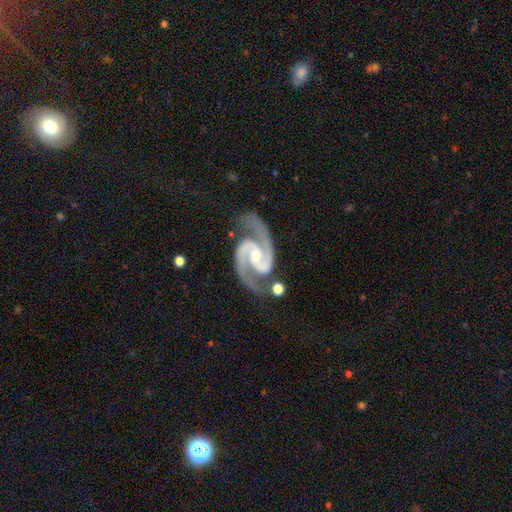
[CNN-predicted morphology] This is clearly a featured or disk galaxy (94%). It is clearly not viewed edge-on (98%). Bar: marginally weak (43%). Spiral arm pattern: clearly yes (99%). Spiral arm count: clearly 2 (95%). Spiral winding: likely medium (64%). Central bulge: possibly small (48%). Merging: likely none (76%).